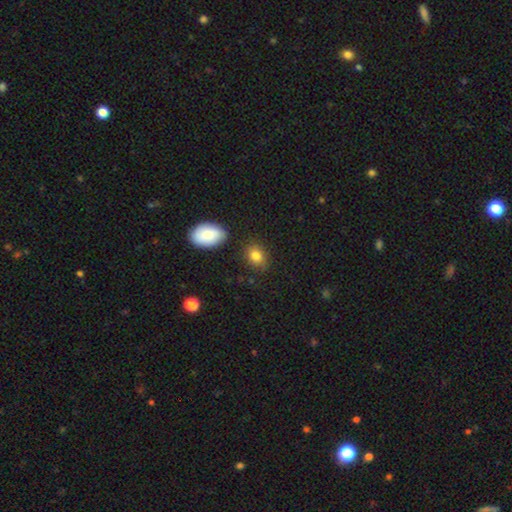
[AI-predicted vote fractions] This is clearly a smooth galaxy (84%). How rounded: possibly in between (57%). Merging: likely none (79%).